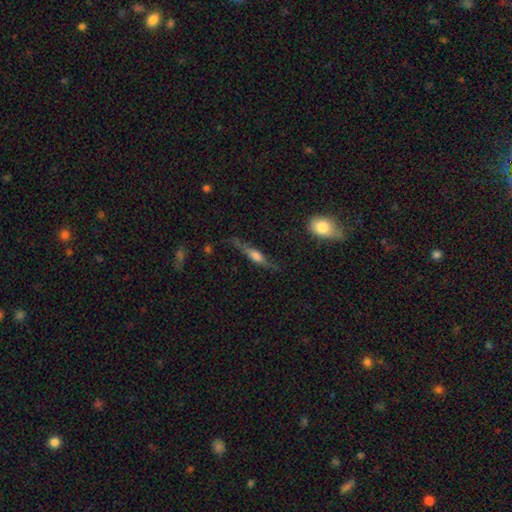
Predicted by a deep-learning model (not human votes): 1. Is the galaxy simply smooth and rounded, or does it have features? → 51% featured or disk, 39% smooth, 10% star or artifact.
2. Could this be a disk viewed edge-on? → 88% yes, 12% no.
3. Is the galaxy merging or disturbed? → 62% none, 23% minor disturbance, 12% major disturbance, 3% merger.